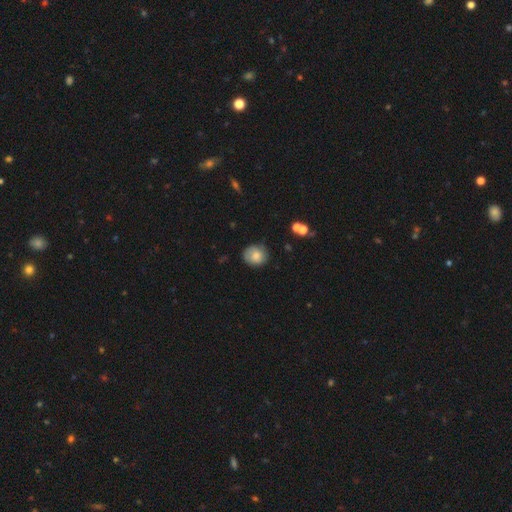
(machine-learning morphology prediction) smooth_or_featured: smooth (p=0.77) [alt: featured or disk p=0.15]
how_rounded: round (p=0.75) [alt: in between p=0.24]
merging: none (p=0.72) [alt: minor disturbance p=0.22]